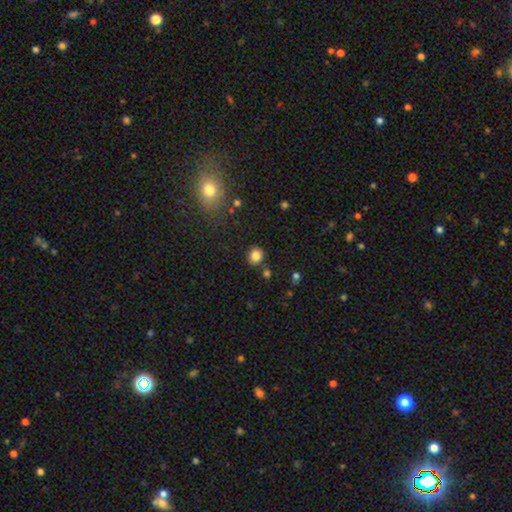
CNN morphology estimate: This appears to be a smooth galaxy with no disk features (84%) that is round (79%). Merging: none (83%).